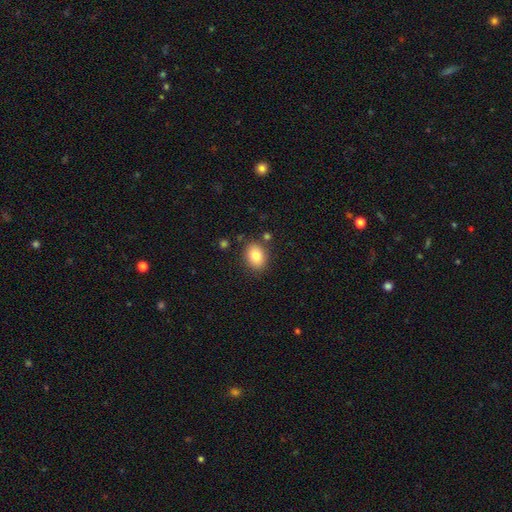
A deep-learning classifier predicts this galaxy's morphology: Smooth or featured?
  - smooth: 84% *
  - star or artifact: 8%
  - featured or disk: 8%
How rounded?
  - in between: 69% *
  - round: 30%
  - cigar-shaped: 1%
Merging?
  - none: 83% *
  - minor disturbance: 11%
  - merger: 4%
  - major disturbance: 3%